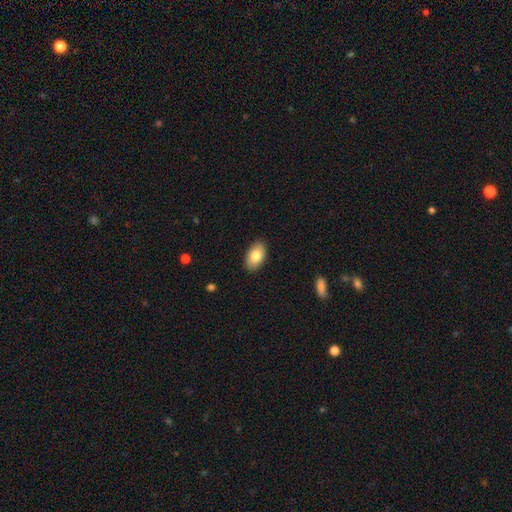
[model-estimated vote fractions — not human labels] smooth_or_featured: smooth (p=0.81) [alt: featured or disk p=0.13]
how_rounded: in between (p=0.93) [alt: round p=0.06]
merging: none (p=0.88) [alt: minor disturbance p=0.09]